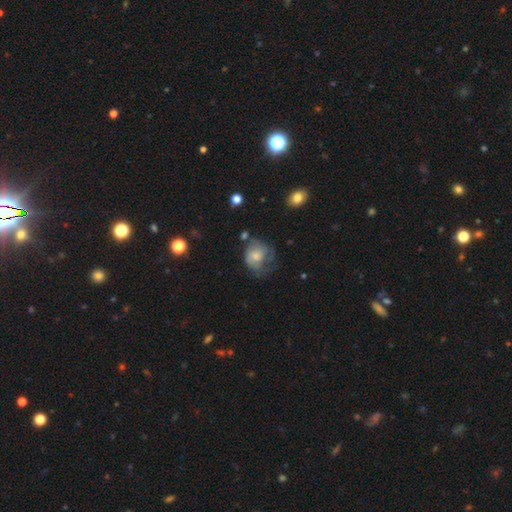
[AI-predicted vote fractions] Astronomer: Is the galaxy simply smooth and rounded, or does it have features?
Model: smooth — 54% (runner-up: featured or disk, 38%).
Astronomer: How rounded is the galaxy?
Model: round — 62% (runner-up: in between, 37%).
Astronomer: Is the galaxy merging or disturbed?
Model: major disturbance — 35% (runner-up: none, 31%).